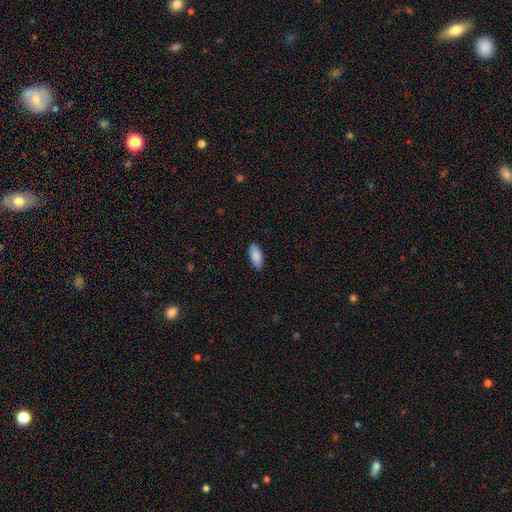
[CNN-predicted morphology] type=smooth (89%); roundness=in between (87%); merging=none (88%).